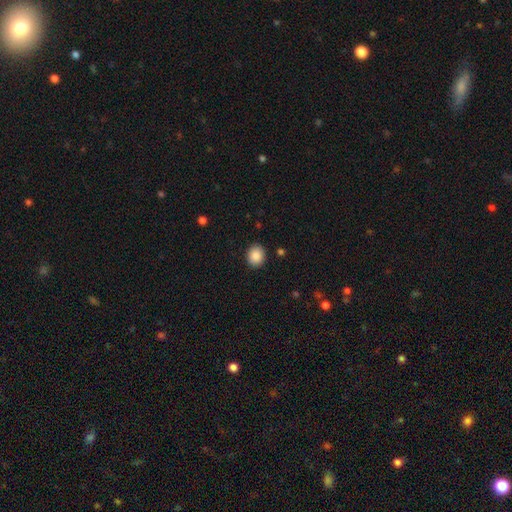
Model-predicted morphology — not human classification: type=smooth (88%); roundness=round (69%); merging=none (89%).